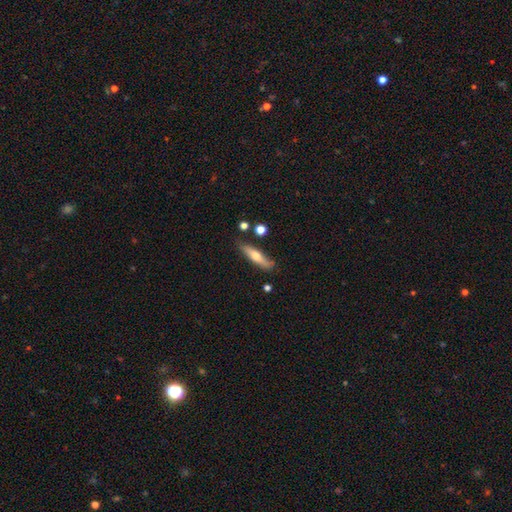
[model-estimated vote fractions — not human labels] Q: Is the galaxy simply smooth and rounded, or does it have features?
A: smooth — 52%.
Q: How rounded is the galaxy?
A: cigar-shaped — 80%.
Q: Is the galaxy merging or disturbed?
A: none — 77%.